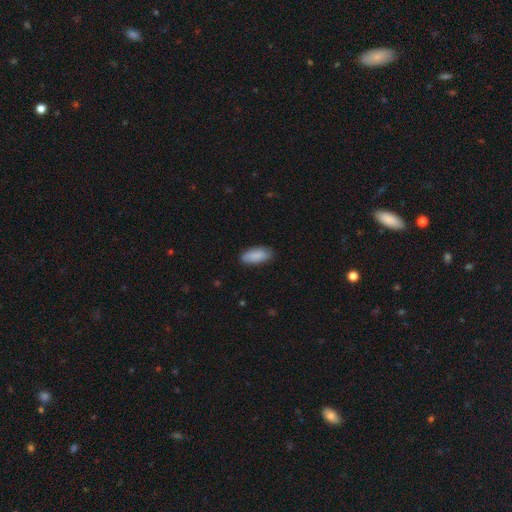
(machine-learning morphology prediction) Overall: smooth (87%). How rounded: in between (87%). Merging: none (83%).